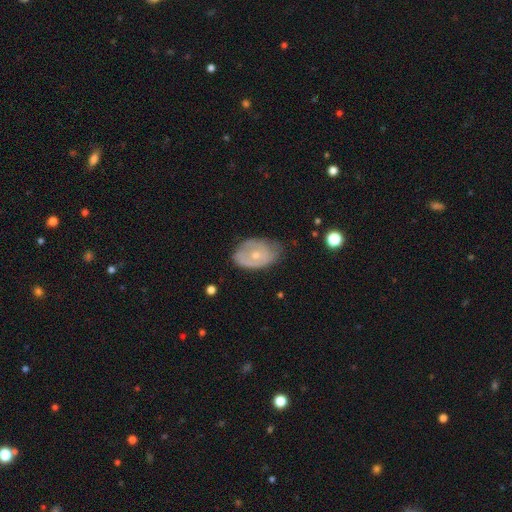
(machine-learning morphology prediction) A featured or disk galaxy (50%).

Vote fractions:
- Smooth or featured? featured or disk: 50% / smooth: 43% / star or artifact: 7%
- Edge-on disk? no: 93% / yes: 7%
- Merging? none: 52% / minor disturbance: 35% / major disturbance: 11% / merger: 2%